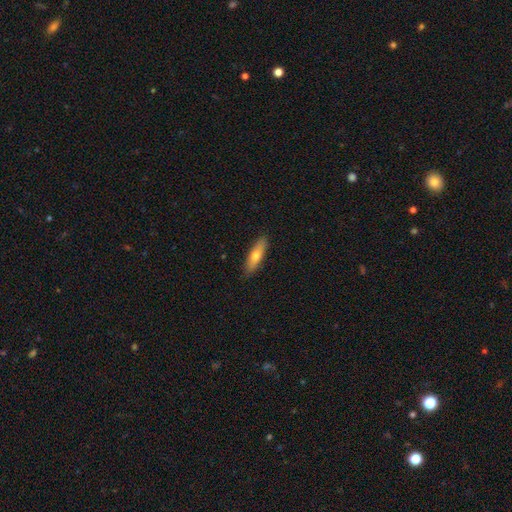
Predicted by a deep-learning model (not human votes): Q: Smooth or featured?
A: smooth (65%); runner-up: featured or disk (29%)
Q: How rounded?
A: cigar-shaped (60%); runner-up: in between (38%)
Q: Merging?
A: none (89%); runner-up: minor disturbance (8%)